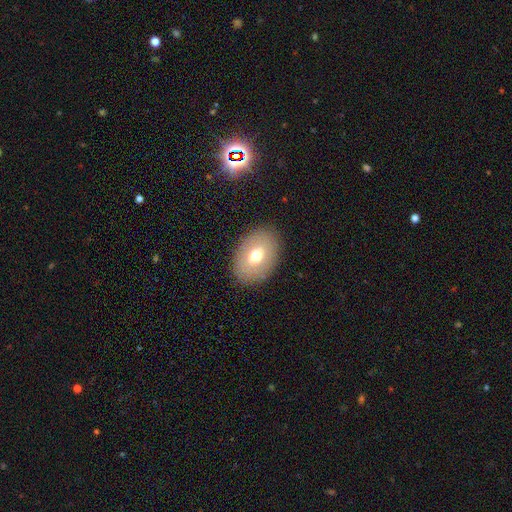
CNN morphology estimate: This is likely a smooth galaxy (65%). How rounded: clearly in between (82%). Merging: clearly none (87%).